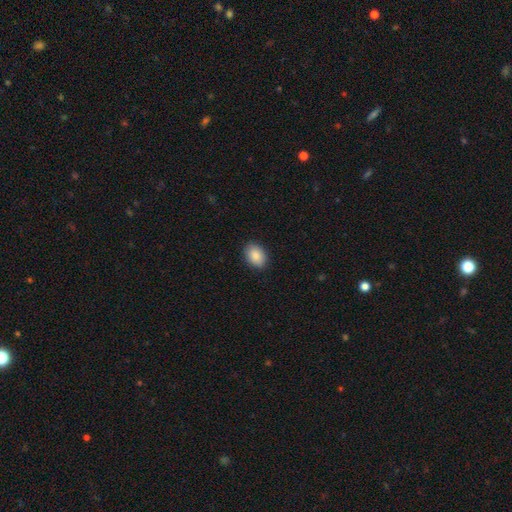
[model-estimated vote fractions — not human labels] The model was most divided on "how rounded": in between: 80%, round: 19%, cigar-shaped: 1%. More confident: merging — none (89%); smooth or featured — smooth (88%).